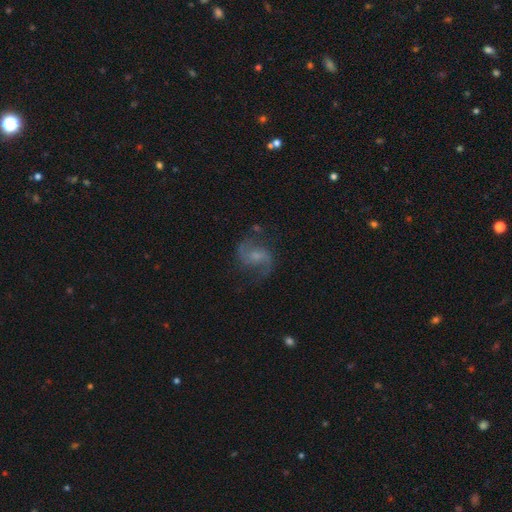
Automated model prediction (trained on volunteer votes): Q: Smooth or featured?
A: featured or disk (81%); runner-up: smooth (11%)
Q: Edge-on disk?
A: no (98%); runner-up: yes (2%)
Q: Bar?
A: weak (48%); runner-up: no (41%)
Q: Spiral arms?
A: yes (95%); runner-up: no (5%)
Q: Spiral winding?
A: loose (49%); runner-up: medium (43%)
Q: Spiral arm count?
A: 2 (91%); runner-up: can't tell (3%)
Q: Bulge size?
A: small (48%); runner-up: moderate (27%)
Q: Merging?
A: none (72%); runner-up: minor disturbance (16%)